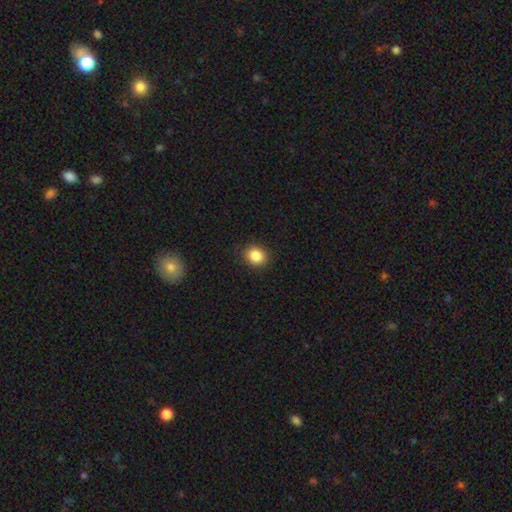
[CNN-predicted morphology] The model was most divided on "how rounded": round: 66%, in between: 33%, cigar-shaped: 1%. More confident: merging — none (89%); smooth or featured — smooth (85%).